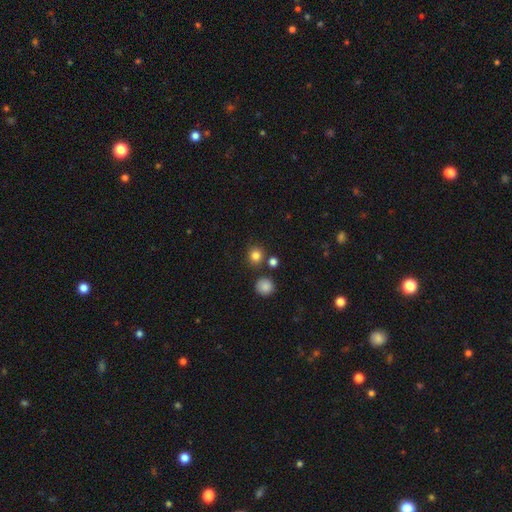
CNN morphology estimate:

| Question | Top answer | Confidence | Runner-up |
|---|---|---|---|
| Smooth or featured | smooth | 82% | star or artifact (13%) |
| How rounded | round | 87% | in between (12%) |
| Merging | none | 80% | merger (9%) |